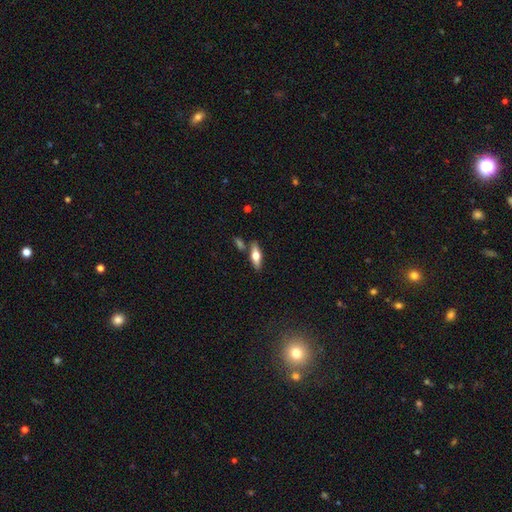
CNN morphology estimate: A smooth galaxy with no disk features (51%) that is in between round and cigar-shaped (53%). Merging: none (75%).